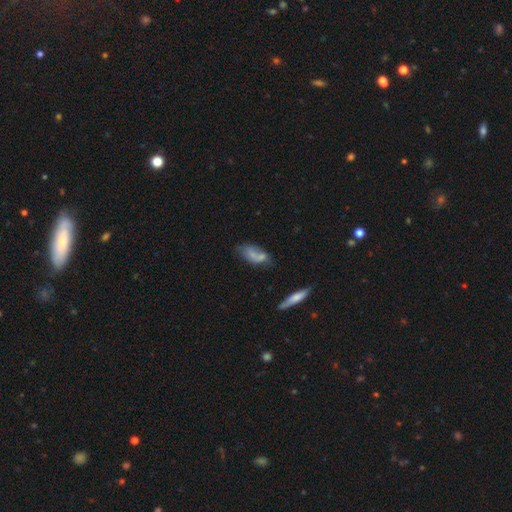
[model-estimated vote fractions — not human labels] Smooth or featured?
  - smooth: 60% *
  - featured or disk: 30%
  - star or artifact: 9%
How rounded?
  - in between: 84% *
  - cigar-shaped: 12%
  - round: 4%
Merging?
  - none: 41% *
  - minor disturbance: 28%
  - merger: 17%
  - major disturbance: 14%